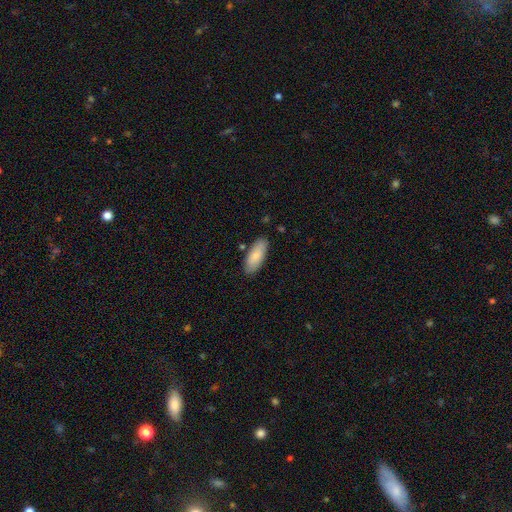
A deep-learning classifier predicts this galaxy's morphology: Q: Smooth or featured?
A: smooth (82%); runner-up: featured or disk (13%)
Q: How rounded?
A: in between (79%); runner-up: cigar-shaped (20%)
Q: Merging?
A: none (84%); runner-up: minor disturbance (12%)